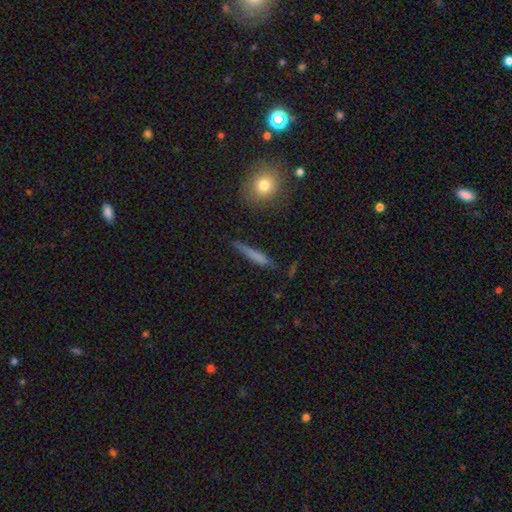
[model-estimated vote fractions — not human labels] Smooth or featured?
  - smooth: 65% *
  - featured or disk: 27%
  - star or artifact: 8%
How rounded?
  - cigar-shaped: 90% *
  - in between: 7%
  - round: 3%
Merging?
  - none: 77% *
  - minor disturbance: 16%
  - major disturbance: 4%
  - merger: 3%